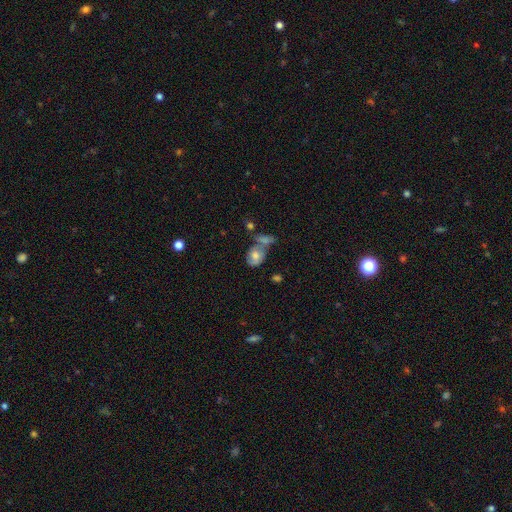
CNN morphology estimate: Smooth or featured? Predicted: smooth (p=0.63). How rounded? Predicted: in between (p=0.65). Merging? Predicted: merger (p=0.38).